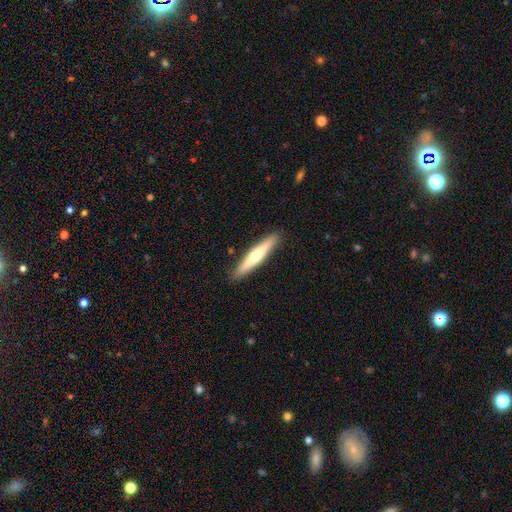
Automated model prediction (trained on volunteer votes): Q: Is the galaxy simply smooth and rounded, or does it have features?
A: smooth — 49%.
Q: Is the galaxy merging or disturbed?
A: none — 91%.